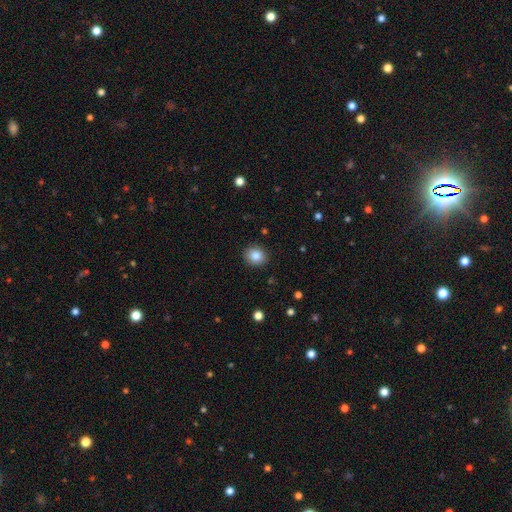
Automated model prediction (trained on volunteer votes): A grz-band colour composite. It shows a smooth galaxy with no disk features (85%) that is round (75%). Merging: none (90%).